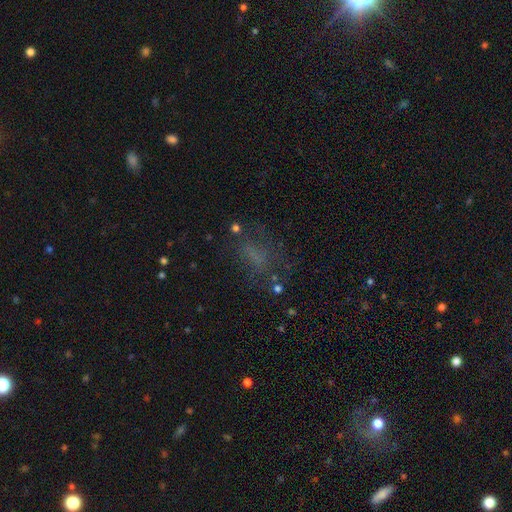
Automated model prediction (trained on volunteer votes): A smooth galaxy with no disk features (47%).

Vote fractions:
- Smooth or featured? smooth: 47% / star or artifact: 28% / featured or disk: 24%
- Merging? none: 54% / major disturbance: 23% / minor disturbance: 18% / merger: 4%